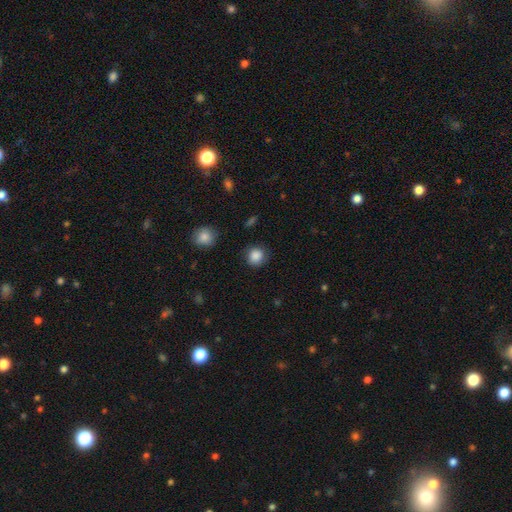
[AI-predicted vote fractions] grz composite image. It shows a smooth galaxy with no disk features (87%) that is round (88%). Merging: none (85%).